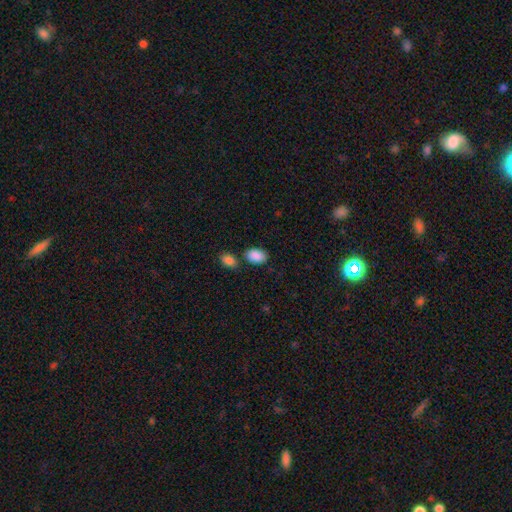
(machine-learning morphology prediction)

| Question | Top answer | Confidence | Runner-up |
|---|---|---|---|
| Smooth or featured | smooth | 89% | star or artifact (7%) |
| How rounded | in between | 87% | round (11%) |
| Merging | none | 71% | merger (14%) |